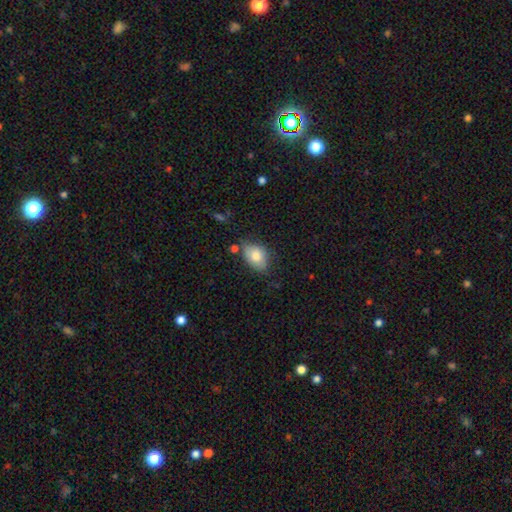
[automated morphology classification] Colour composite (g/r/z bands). It shows a smooth galaxy with no disk features (81%) that is in between round and cigar-shaped (82%). Merging: none (66%).